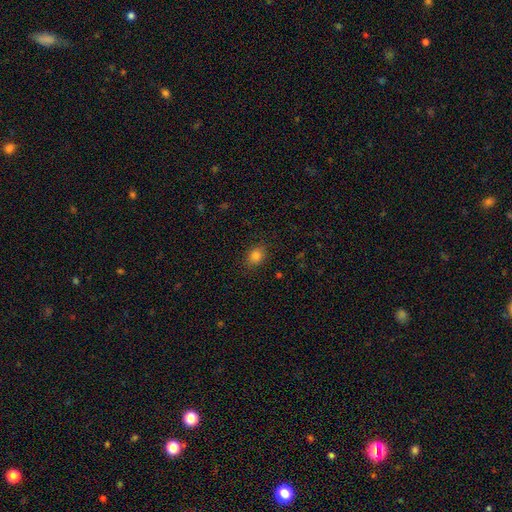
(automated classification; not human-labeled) A smooth galaxy with no disk features (83%) that is in between round and cigar-shaped (61%). Merging: none (86%).